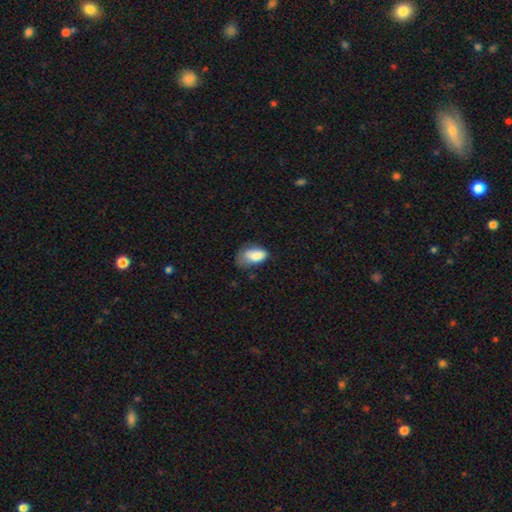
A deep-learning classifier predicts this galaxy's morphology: type=smooth (81%); roundness=in between (92%); merging=minor disturbance (41%).